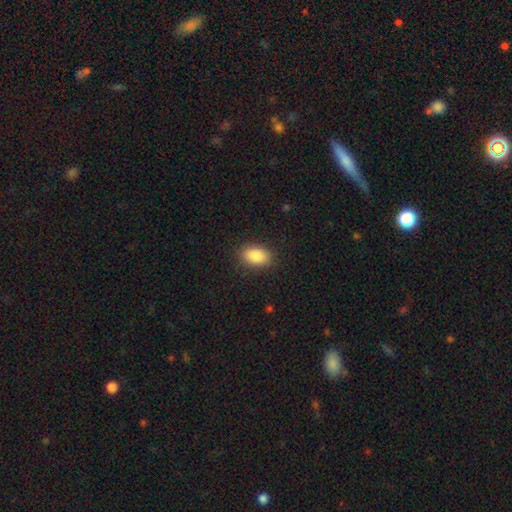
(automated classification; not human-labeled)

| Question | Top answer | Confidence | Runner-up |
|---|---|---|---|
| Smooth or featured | smooth | 89% | star or artifact (7%) |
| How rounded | in between | 89% | round (9%) |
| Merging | none | 88% | minor disturbance (9%) |